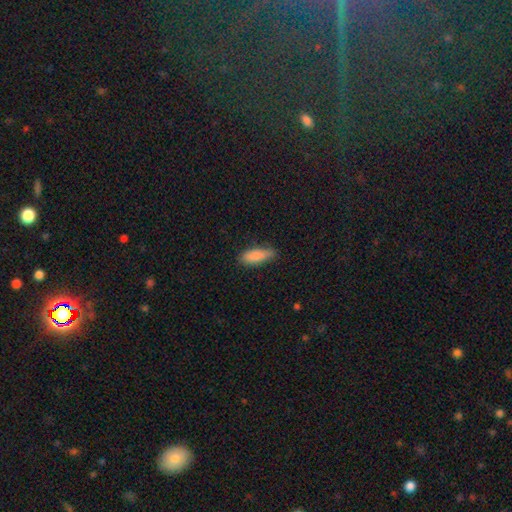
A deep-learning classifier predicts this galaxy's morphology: Smooth or featured? smooth (84%)
How rounded? in between (61%)
Merging? none (70%)